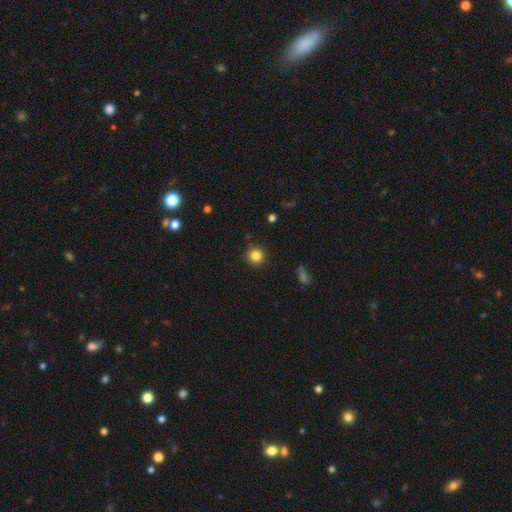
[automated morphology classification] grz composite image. It shows a smooth galaxy with no disk features (83%) that is round (94%). Merging: none (89%).